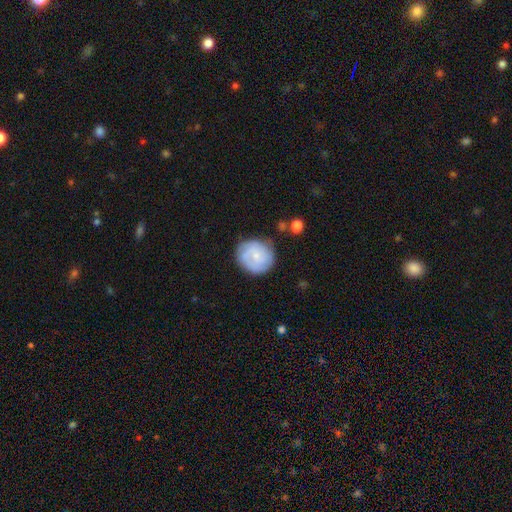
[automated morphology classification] The model was most divided on "smooth or featured": featured or disk: 58%, smooth: 36%, star or artifact: 6%. More confident: edge-on disk — no (98%); spiral arms — yes (87%); merging — none (74%); bulge size — small (70%); bar — no (66%).